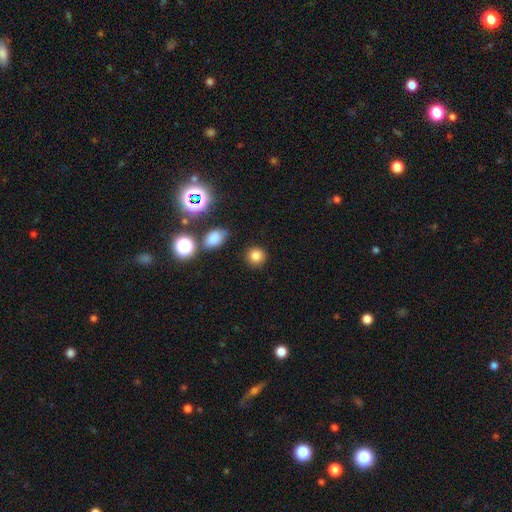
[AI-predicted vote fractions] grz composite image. It shows a smooth galaxy with no disk features (81%) that is round (88%). Merging: none (87%).